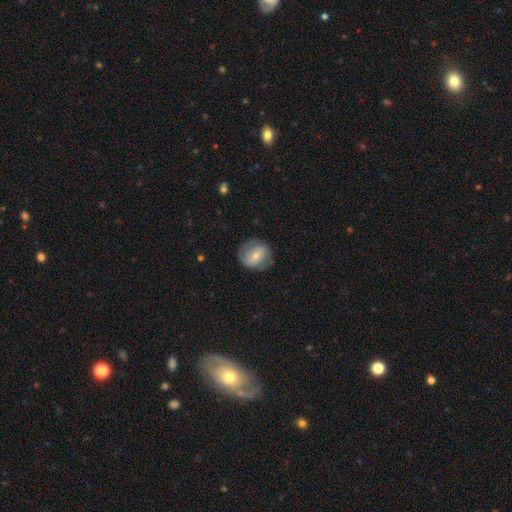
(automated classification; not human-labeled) smooth 53%, featured or disk 40%, star or artifact 7%. Down the decision tree: how rounded — round (76%); merging — none (76%).